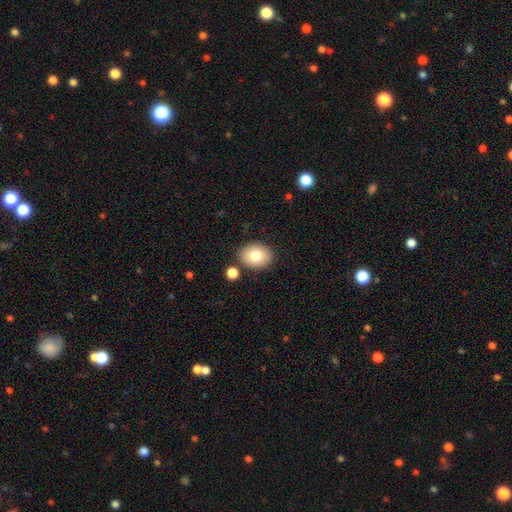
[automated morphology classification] Smooth or featured: smooth — 79% (featured or disk — 12%)
How rounded: in between — 52% (round — 48%)
Merging: none — 84% (minor disturbance — 9%)